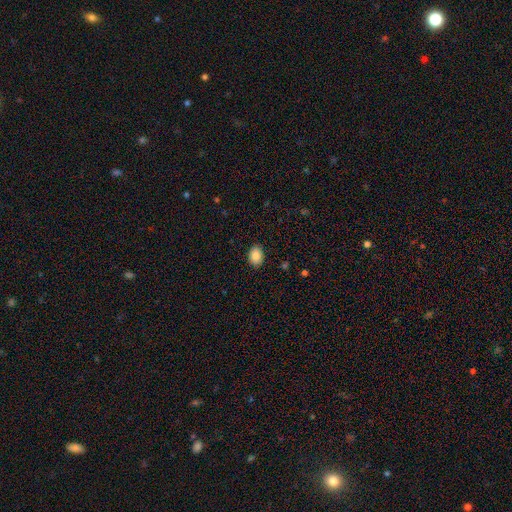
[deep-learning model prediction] Smooth or featured?
  - smooth: 86% *
  - star or artifact: 8%
  - featured or disk: 6%
How rounded?
  - in between: 78% *
  - round: 21%
  - cigar-shaped: 1%
Merging?
  - none: 88% *
  - minor disturbance: 9%
  - major disturbance: 2%
  - merger: 1%